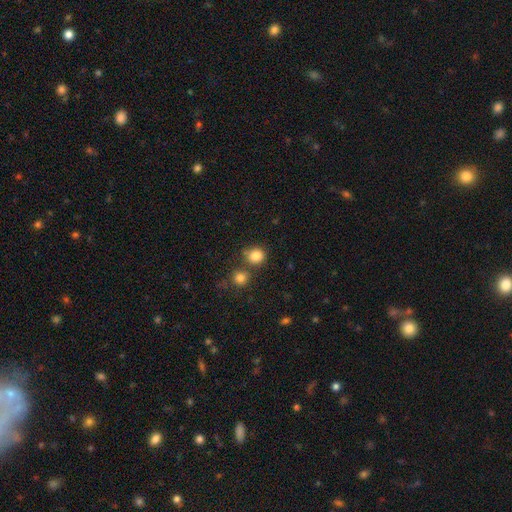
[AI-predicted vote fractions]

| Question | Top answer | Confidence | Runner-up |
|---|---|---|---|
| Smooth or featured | smooth | 84% | star or artifact (11%) |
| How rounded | round | 84% | in between (15%) |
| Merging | none | 66% | merger (18%) |